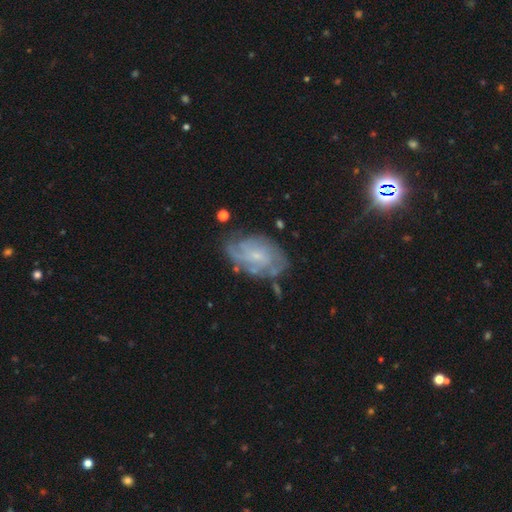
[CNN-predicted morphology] A featured or disk galaxy (75%) with no bar (62%), tight (51%) spiral arms (87%) and a small central bulge (72%).

Vote fractions:
- Smooth or featured? featured or disk: 75% / smooth: 17% / star or artifact: 8%
- Edge-on disk? no: 97% / yes: 3%
- Bar? no: 62% / weak: 33% / strong: 5%
- Spiral arms? yes: 87% / no: 13%
- Spiral winding? tight: 51% / medium: 35% / loose: 15%
- Spiral arm count? can't tell: 47% / 2: 19% / 3: 14% / 4: 9% / 1: 5% / more than 4: 5%
- Bulge size? small: 72% / moderate: 16% / none: 10% / large: 1% / dominant: 1%
- Merging? none: 63% / minor disturbance: 23% / major disturbance: 11% / merger: 3%